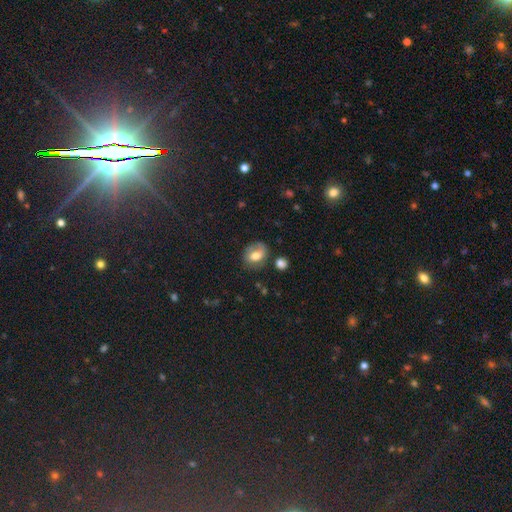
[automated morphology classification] Overall: smooth (66%). How rounded: in between (65%; round 34%). Merging: none (63%; minor disturbance 24%).